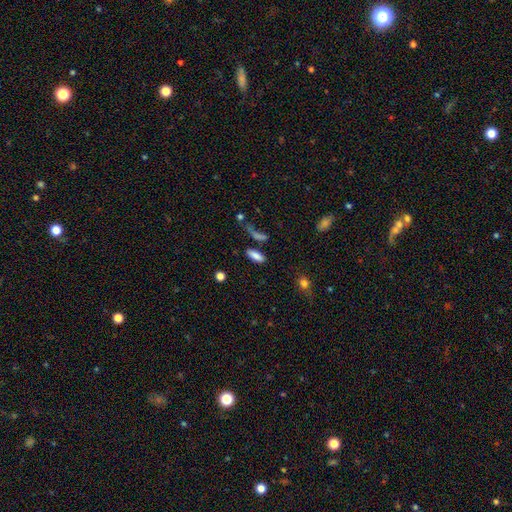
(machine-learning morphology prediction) Smooth or featured: smooth — 83% (featured or disk — 9%)
How rounded: in between — 64% (cigar-shaped — 33%)
Merging: none — 72% (minor disturbance — 13%)